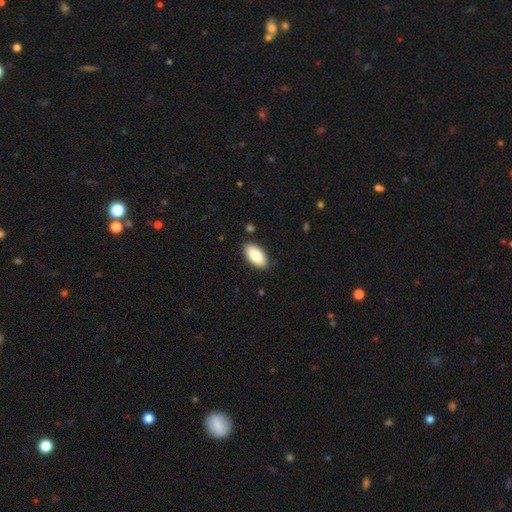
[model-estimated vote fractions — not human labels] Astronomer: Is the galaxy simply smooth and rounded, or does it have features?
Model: smooth — 83%.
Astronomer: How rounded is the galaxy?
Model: in between — 94%.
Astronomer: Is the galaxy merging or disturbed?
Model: none — 88%.